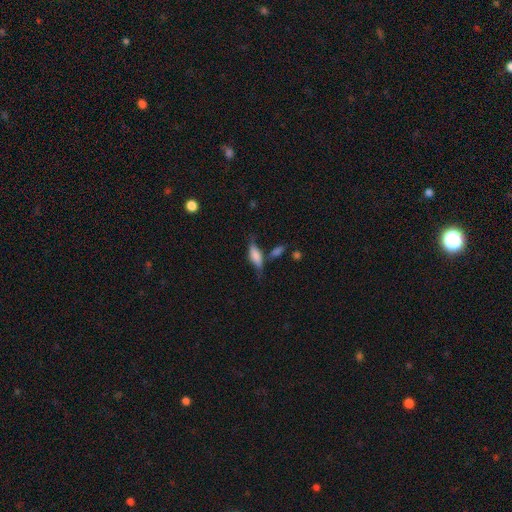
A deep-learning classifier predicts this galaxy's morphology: A smooth galaxy with no disk features (56%) that is in between round and cigar-shaped (68%). Merging: none (50%).